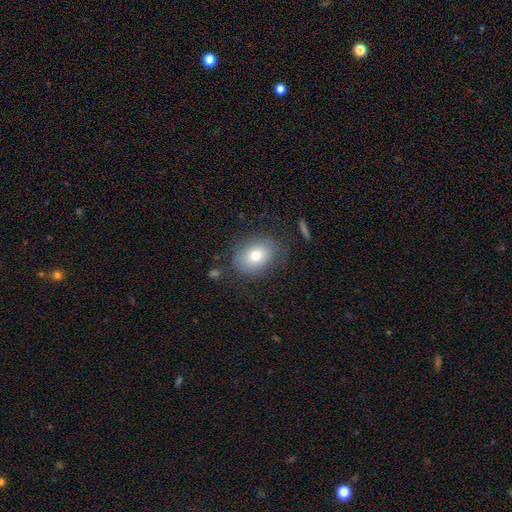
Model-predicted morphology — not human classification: This is likely a smooth galaxy (77%). How rounded: likely in between (68%). Merging: likely none (75%).